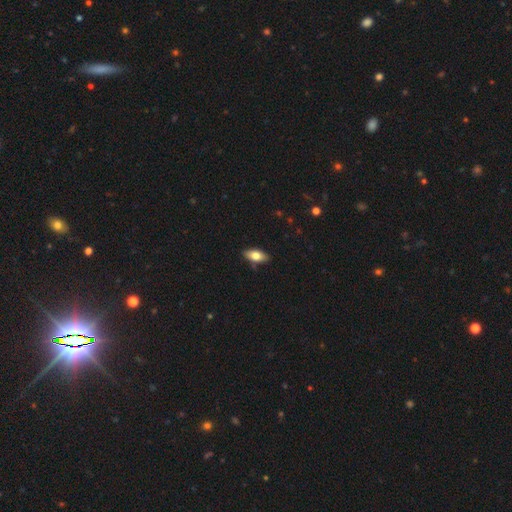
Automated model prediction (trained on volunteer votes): smooth_or_featured: smooth (p=0.74) [alt: featured or disk p=0.19]
how_rounded: in between (p=0.87) [alt: cigar-shaped p=0.10]
merging: none (p=0.86) [alt: minor disturbance p=0.11]